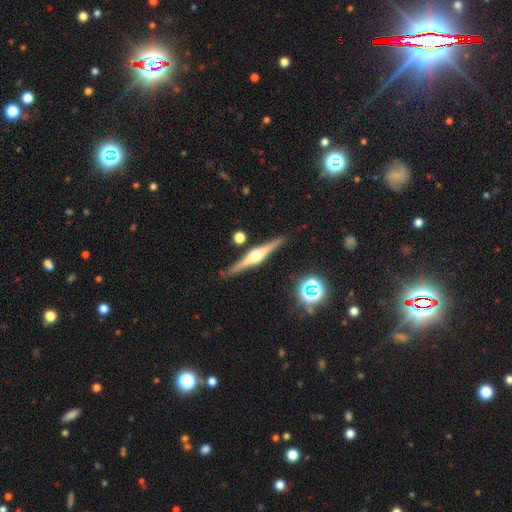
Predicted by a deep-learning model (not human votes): Smooth or featured?
  - featured or disk: 78% *
  - smooth: 15%
  - star or artifact: 7%
Edge-on disk?
  - yes: 98% *
  - no: 2%
Edge-on bulge?
  - rounded: 89% *
  - boxy: 9%
  - none: 2%
Merging?
  - none: 88% *
  - minor disturbance: 8%
  - merger: 2%
  - major disturbance: 2%